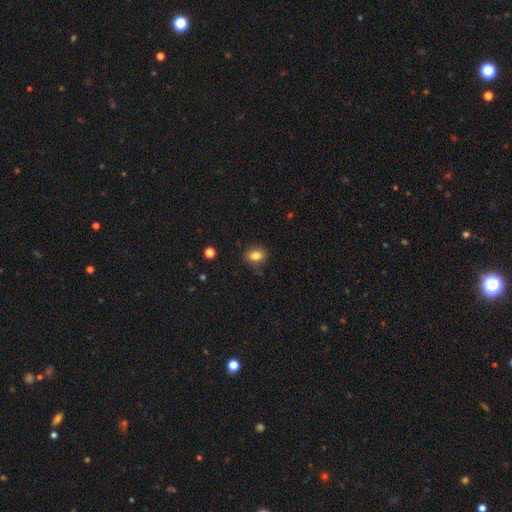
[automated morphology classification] The model was most divided on "how rounded": in between: 68%, round: 30%, cigar-shaped: 1%. More confident: merging — none (84%); smooth or featured — smooth (84%).